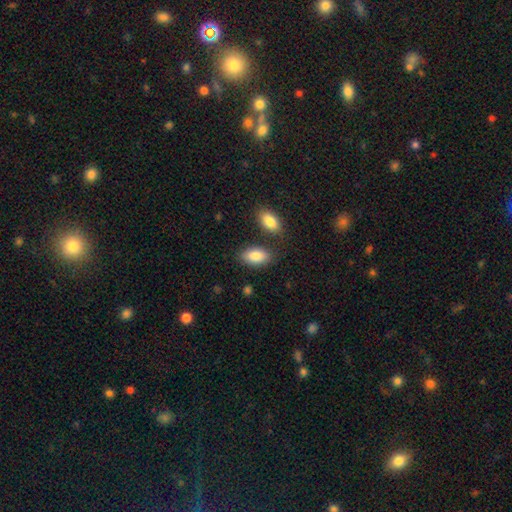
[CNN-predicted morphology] smooth 87%, featured or disk 7%, star or artifact 6%. Down the decision tree: how rounded — in between (93%); merging — none (76%).